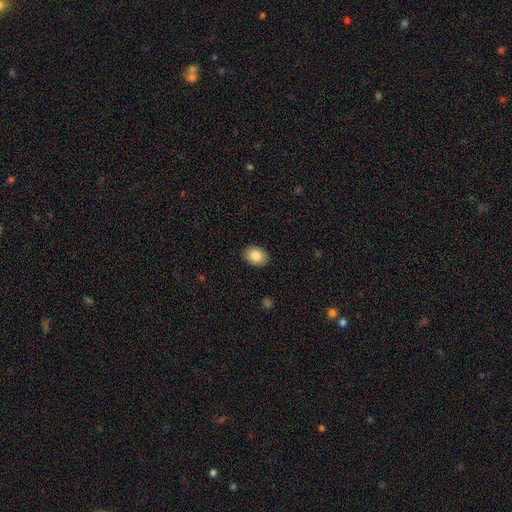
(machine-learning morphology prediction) This is clearly a smooth galaxy (85%). How rounded: likely in between (72%). Merging: clearly none (90%).